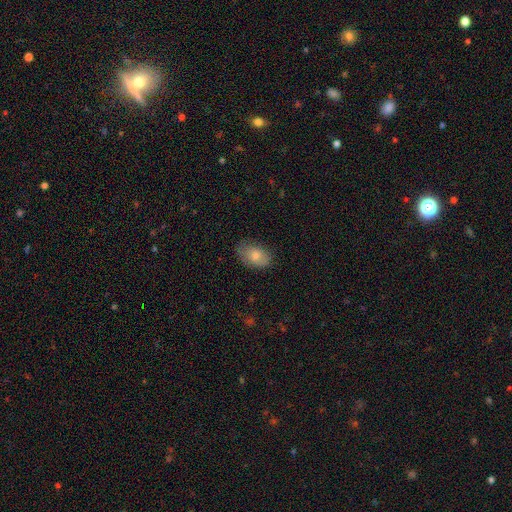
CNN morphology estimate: smooth_or_featured: smooth (p=0.79) [alt: featured or disk p=0.14]
how_rounded: in between (p=0.88) [alt: round p=0.11]
merging: none (p=0.72) [alt: minor disturbance p=0.22]